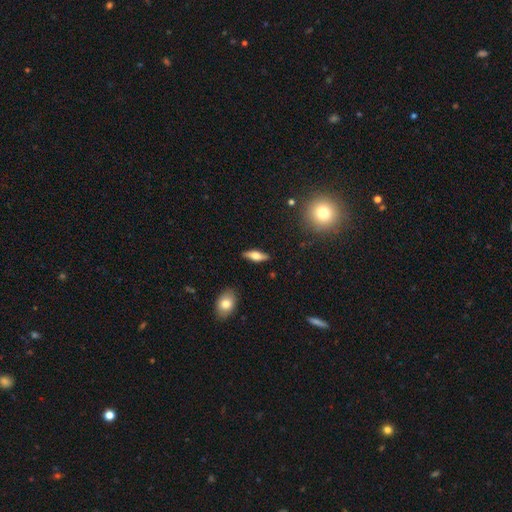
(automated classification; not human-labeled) Morphology: type=smooth (55%); roundness=in between (58%); merging=none (87%).